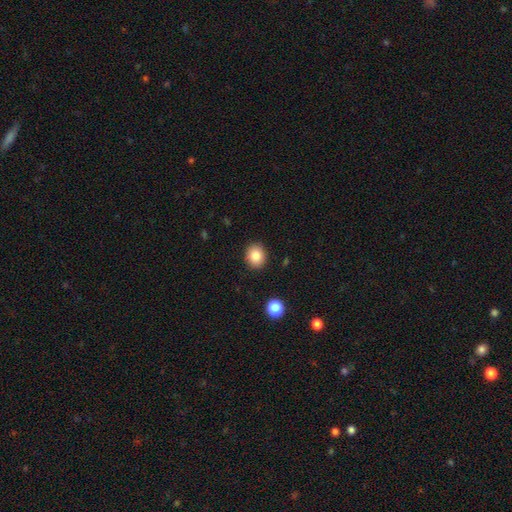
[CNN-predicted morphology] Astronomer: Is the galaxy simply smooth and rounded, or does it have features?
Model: smooth — 83%.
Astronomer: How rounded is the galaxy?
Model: round — 68%.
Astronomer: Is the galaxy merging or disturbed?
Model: none — 90%.